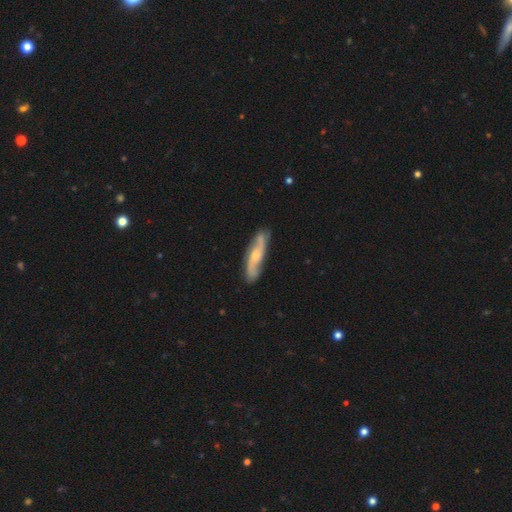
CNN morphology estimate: Smooth or featured? Predicted: featured or disk (p=0.71). Edge-on disk? Predicted: no (p=0.76). Bar? Predicted: no (p=0.58). Spiral arms? Predicted: yes (p=0.93). Spiral winding? Predicted: loose (p=0.47). Spiral arm count? Predicted: 2 (p=0.86). Bulge size? Predicted: small (p=0.46). Merging? Predicted: none (p=0.81).